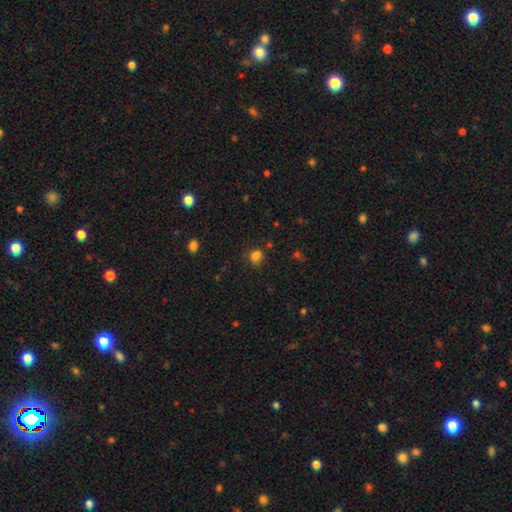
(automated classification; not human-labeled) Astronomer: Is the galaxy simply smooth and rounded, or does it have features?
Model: smooth — 74%.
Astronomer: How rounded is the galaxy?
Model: round — 55% (runner-up: in between, 44%).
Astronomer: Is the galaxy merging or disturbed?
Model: none — 60%.